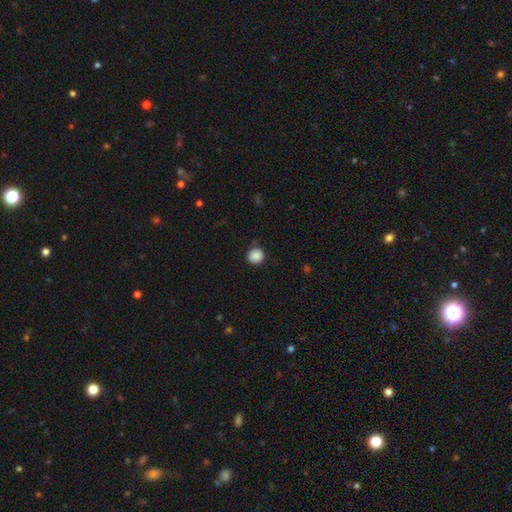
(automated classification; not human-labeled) Overall: smooth (88%). How rounded: round (91%). Merging: none (85%).